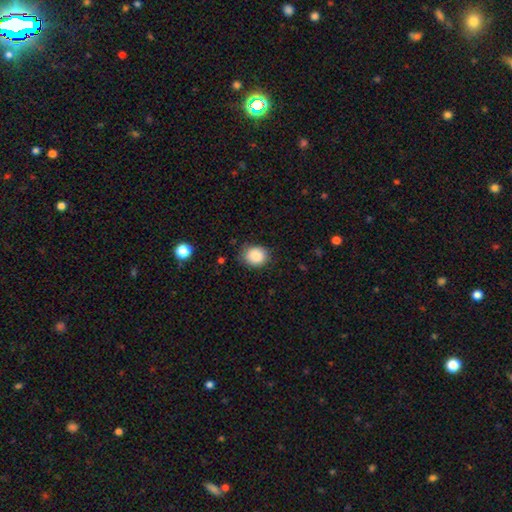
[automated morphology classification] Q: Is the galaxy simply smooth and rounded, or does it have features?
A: smooth — 87%.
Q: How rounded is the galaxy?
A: round — 68%.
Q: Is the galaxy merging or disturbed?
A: none — 77%.